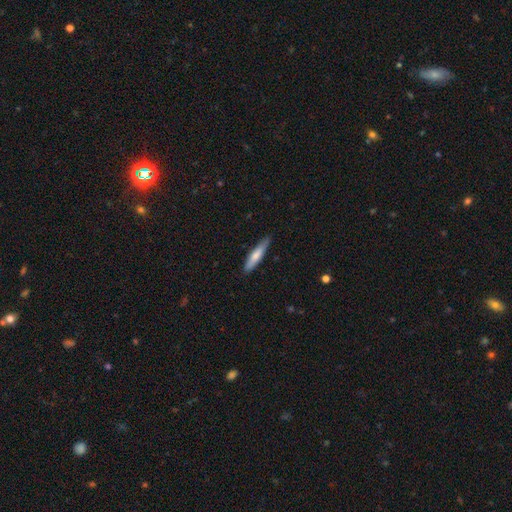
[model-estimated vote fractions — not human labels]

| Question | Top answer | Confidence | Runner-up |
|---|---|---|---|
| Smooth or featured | smooth | 70% | featured or disk (25%) |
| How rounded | cigar-shaped | 84% | in between (14%) |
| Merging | none | 83% | minor disturbance (14%) |